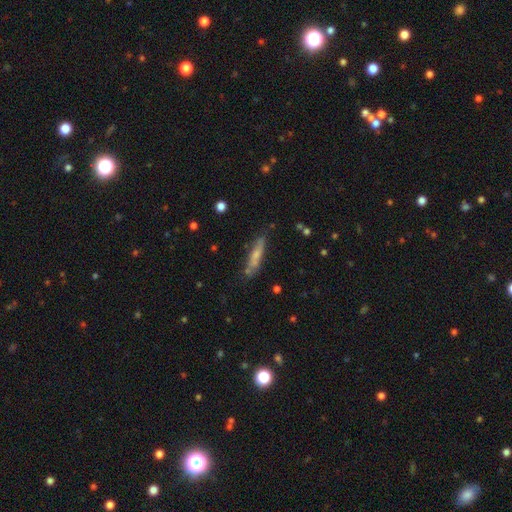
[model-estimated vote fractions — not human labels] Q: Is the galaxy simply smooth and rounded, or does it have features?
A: smooth — 56%.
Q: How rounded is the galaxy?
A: cigar-shaped — 86%.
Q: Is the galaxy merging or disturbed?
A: none — 72%.